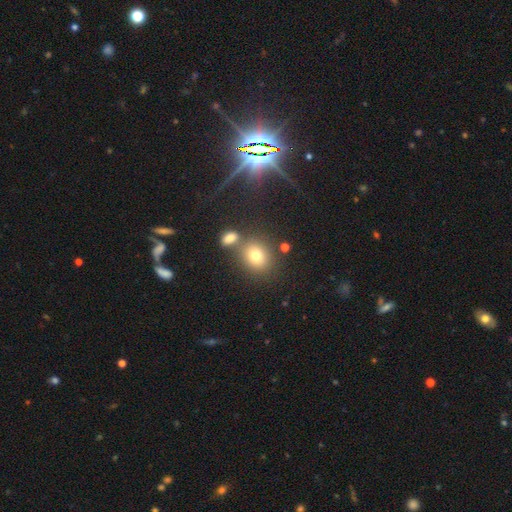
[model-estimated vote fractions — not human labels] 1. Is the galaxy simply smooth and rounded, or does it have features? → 76% smooth, 14% star or artifact, 11% featured or disk.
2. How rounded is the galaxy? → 63% round, 36% in between, 1% cigar-shaped.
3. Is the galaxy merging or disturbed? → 65% none, 20% merger, 10% minor disturbance, 4% major disturbance.